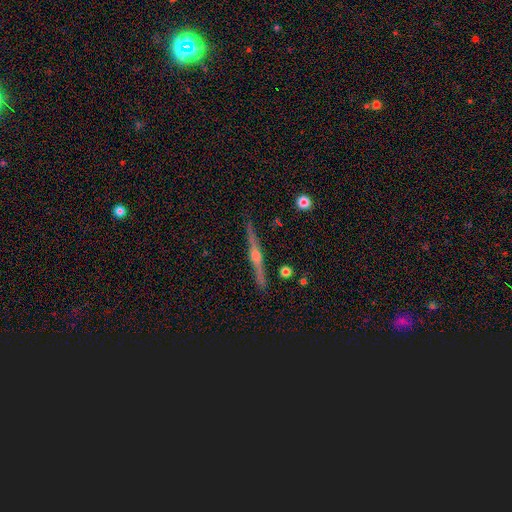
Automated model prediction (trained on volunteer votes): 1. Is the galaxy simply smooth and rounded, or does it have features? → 78% featured or disk, 11% smooth, 10% star or artifact.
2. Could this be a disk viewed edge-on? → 97% yes, 3% no.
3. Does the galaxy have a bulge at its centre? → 90% rounded, 6% none, 5% boxy.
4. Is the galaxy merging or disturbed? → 89% none, 7% minor disturbance, 2% major disturbance, 2% merger.